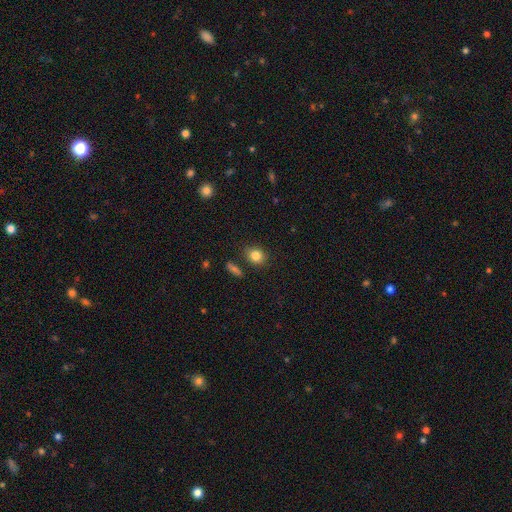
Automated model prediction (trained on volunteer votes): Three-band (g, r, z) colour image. It shows a smooth galaxy with no disk features (84%) that is round (61%). Merging: none (82%).